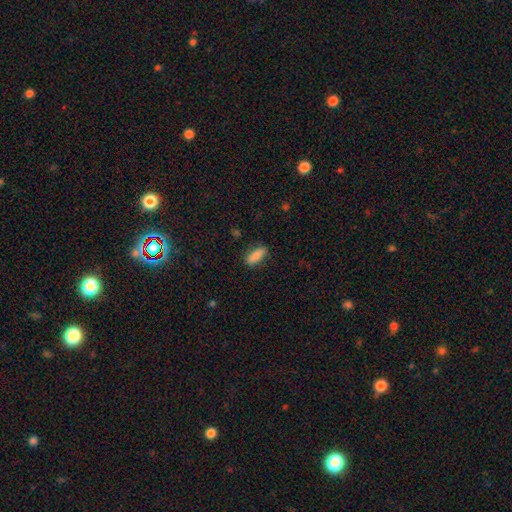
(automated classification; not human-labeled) smooth 86%, star or artifact 7%, featured or disk 7%. Down the decision tree: how rounded — in between (71%); merging — none (85%).